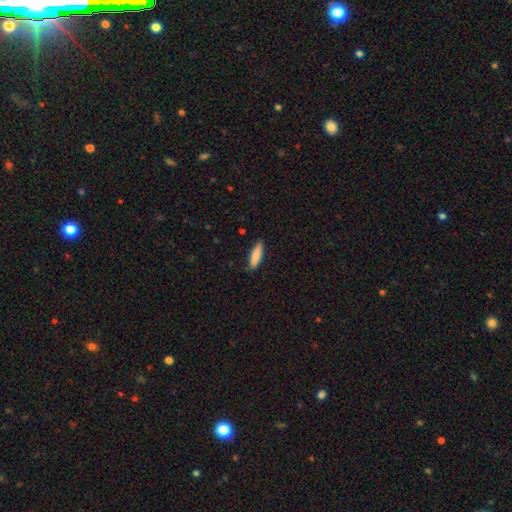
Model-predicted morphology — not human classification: smooth 85%, featured or disk 9%, star or artifact 6%. Down the decision tree: how rounded — cigar-shaped (67%); merging — none (86%).